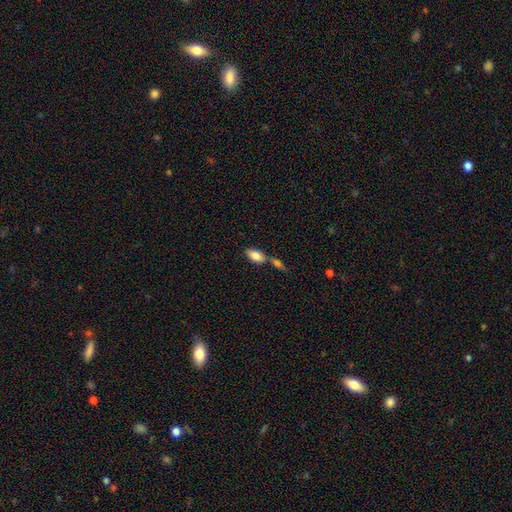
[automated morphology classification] smooth-or-featured: smooth: 82% | featured or disk: 11% | star or artifact: 7%
  how-rounded: in between: 91% | cigar-shaped: 6% | round: 3%
  merging: none: 44% | merger: 41% | minor disturbance: 11% | major disturbance: 4%